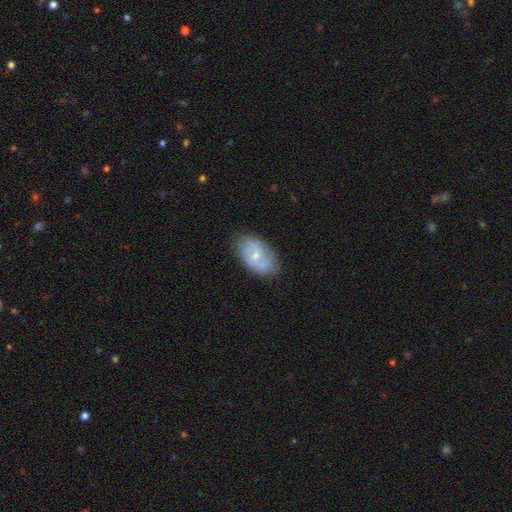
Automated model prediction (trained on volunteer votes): This is possibly a featured or disk galaxy (49%). Merging: likely none (73%).